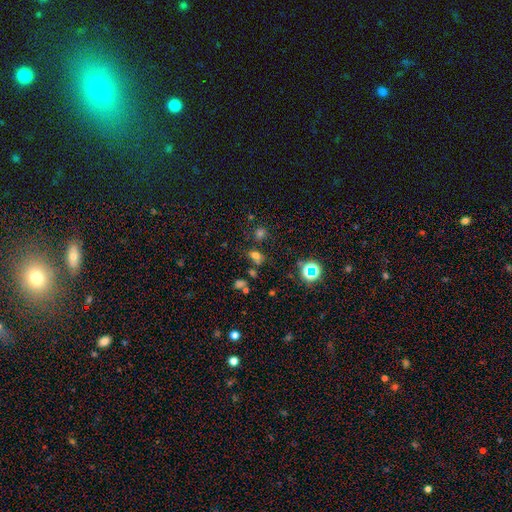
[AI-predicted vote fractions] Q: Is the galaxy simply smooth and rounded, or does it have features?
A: smooth — 61%.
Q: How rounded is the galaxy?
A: in between — 57%.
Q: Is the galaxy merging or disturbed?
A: none — 61%.